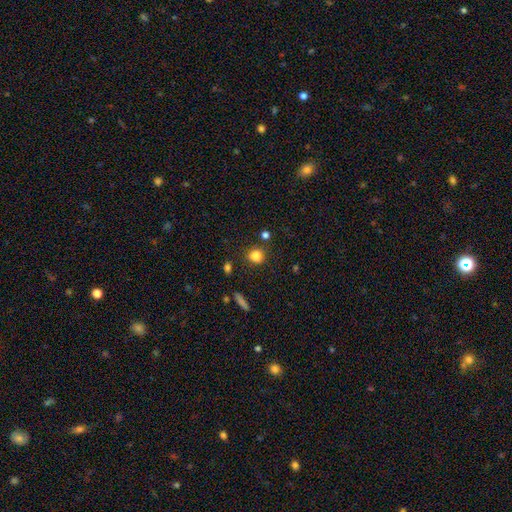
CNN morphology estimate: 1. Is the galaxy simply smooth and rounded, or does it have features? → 83% smooth, 12% star or artifact, 5% featured or disk.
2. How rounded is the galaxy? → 78% round, 21% in between, 2% cigar-shaped.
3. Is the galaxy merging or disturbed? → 78% none, 12% minor disturbance, 6% merger, 4% major disturbance.